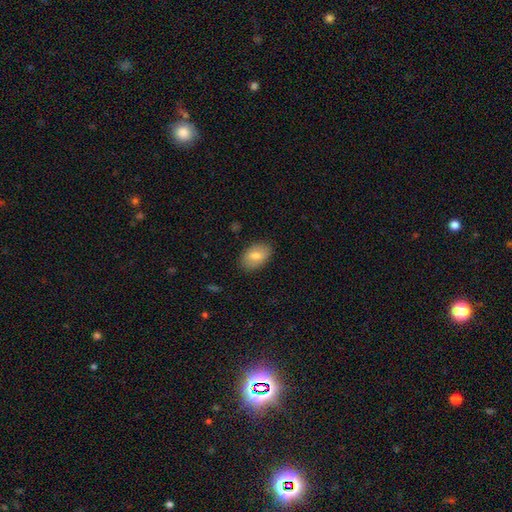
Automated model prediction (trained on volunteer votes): Smooth or featured?
  - smooth: 76% *
  - featured or disk: 17%
  - star or artifact: 7%
How rounded?
  - in between: 90% *
  - round: 9%
  - cigar-shaped: 1%
Merging?
  - none: 86% *
  - minor disturbance: 10%
  - major disturbance: 2%
  - merger: 1%